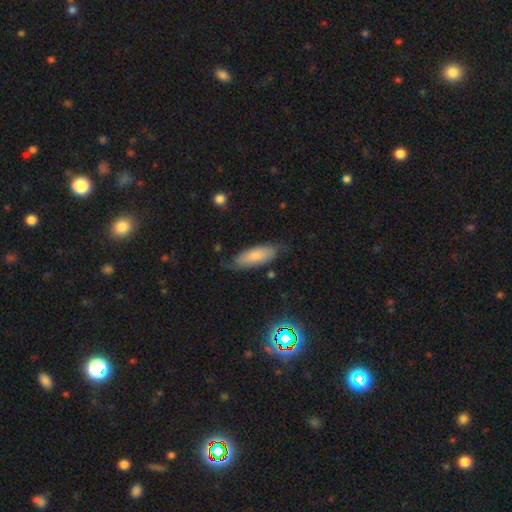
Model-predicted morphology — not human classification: smooth-or-featured: smooth: 70% | featured or disk: 23% | star or artifact: 7%
  how-rounded: in between: 70% | cigar-shaped: 28% | round: 2%
  merging: none: 67% | minor disturbance: 25% | major disturbance: 6% | merger: 2%